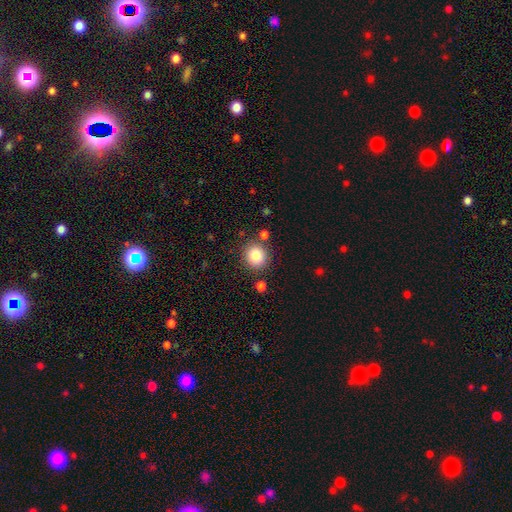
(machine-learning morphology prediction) This is clearly a smooth galaxy (84%). How rounded: clearly round (84%). Merging: clearly none (82%).